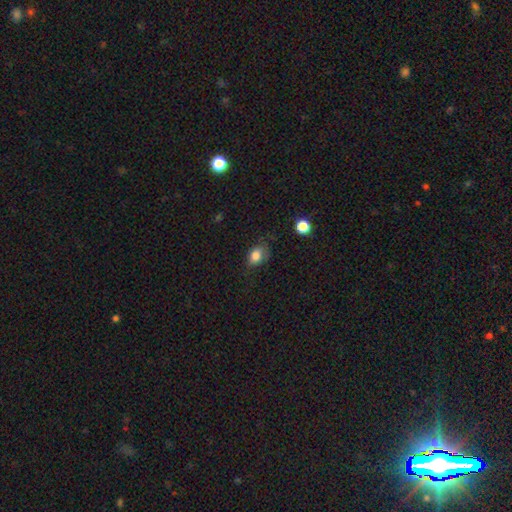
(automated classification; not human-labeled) A smooth galaxy with no disk features (81%) that is in between round and cigar-shaped (70%).

Vote fractions:
- Smooth or featured? smooth: 81% / star or artifact: 10% / featured or disk: 8%
- How rounded? in between: 70% / round: 28% / cigar-shaped: 1%
- Merging? none: 57% / minor disturbance: 29% / major disturbance: 11% / merger: 2%